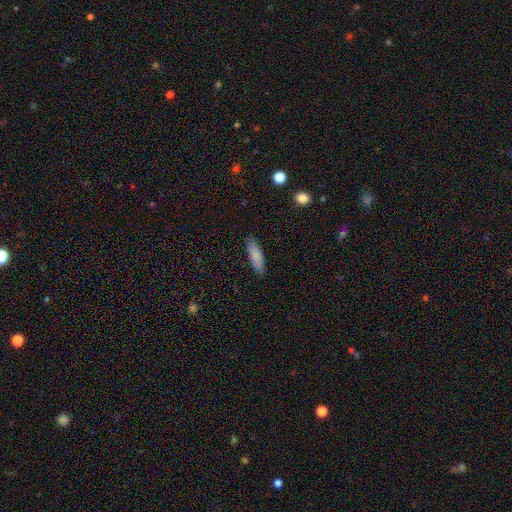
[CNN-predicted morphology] A smooth galaxy with no disk features (81%) that is cigar-shaped (61%).

Vote fractions:
- Smooth or featured? smooth: 81% / featured or disk: 13% / star or artifact: 6%
- How rounded? cigar-shaped: 61% / in between: 38% / round: 2%
- Merging? none: 87% / minor disturbance: 10% / major disturbance: 2% / merger: 1%